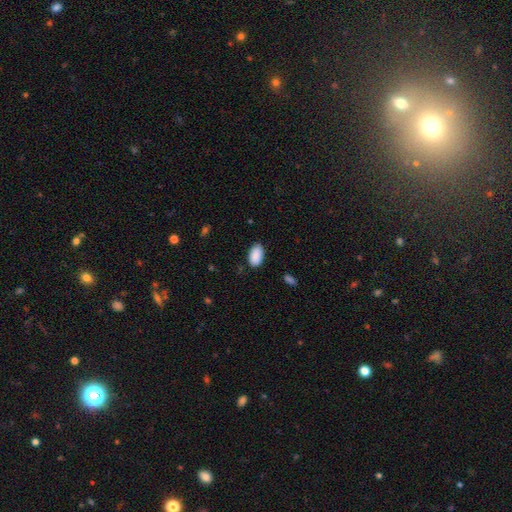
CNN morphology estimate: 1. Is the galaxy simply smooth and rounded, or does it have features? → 91% smooth, 6% star or artifact, 3% featured or disk.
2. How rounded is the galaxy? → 95% in between, 4% round, 1% cigar-shaped.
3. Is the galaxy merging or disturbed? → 85% none, 12% minor disturbance, 2% major disturbance, 1% merger.